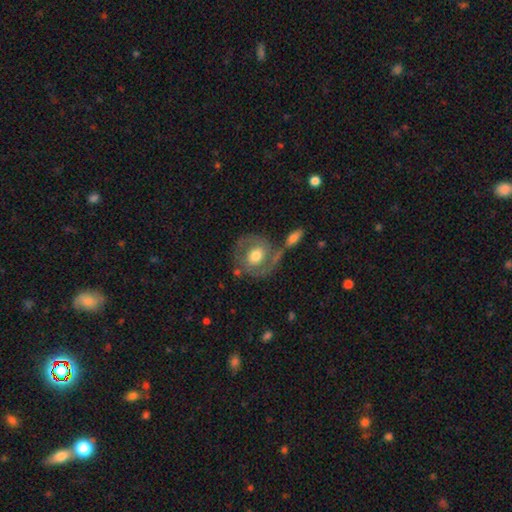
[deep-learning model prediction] Overall: featured or disk (52%; smooth 41%). Edge-on disk: no (94%). Merging: none (54%; merger 19%).